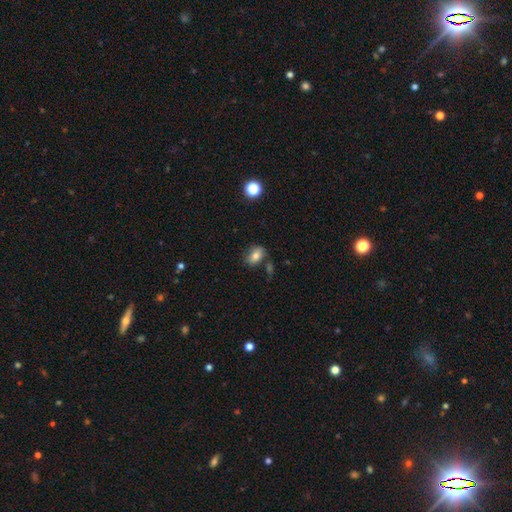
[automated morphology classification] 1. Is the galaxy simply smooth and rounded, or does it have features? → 77% smooth, 13% featured or disk, 10% star or artifact.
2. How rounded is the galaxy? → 79% in between, 20% round, 2% cigar-shaped.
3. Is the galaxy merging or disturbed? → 68% none, 18% minor disturbance, 9% merger, 5% major disturbance.